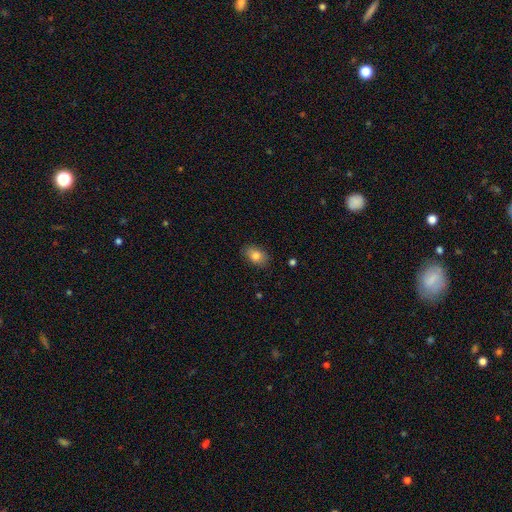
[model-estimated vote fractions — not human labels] A smooth galaxy with no disk features (81%) that is in between round and cigar-shaped (84%). Merging: none (84%).